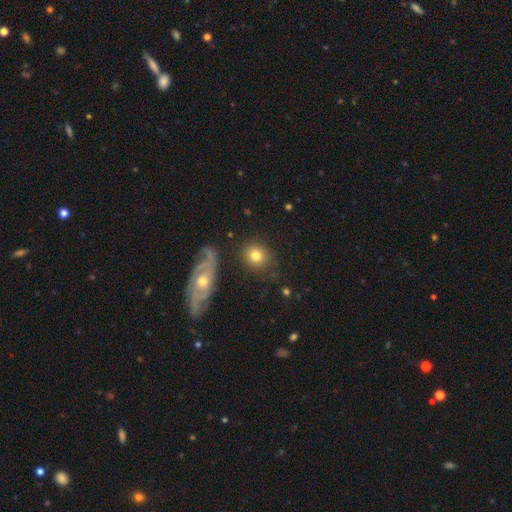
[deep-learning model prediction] This appears to be a smooth galaxy with no disk features (75%) that is round (78%). Merging: none (78%).